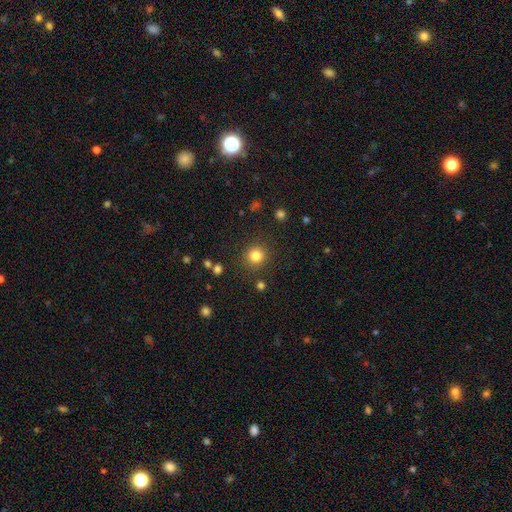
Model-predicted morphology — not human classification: Smooth or featured? Predicted: smooth (p=0.82). How rounded? Predicted: round (p=0.92). Merging? Predicted: none (p=0.88).